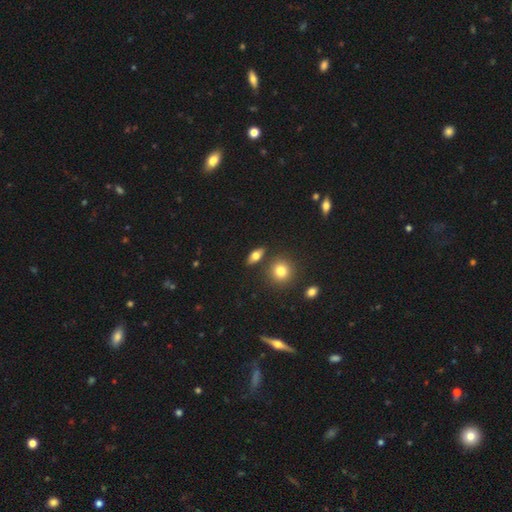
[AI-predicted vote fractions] smooth 66%, featured or disk 24%, star or artifact 10%. Down the decision tree: how rounded — in between (70%); merging — none (81%).